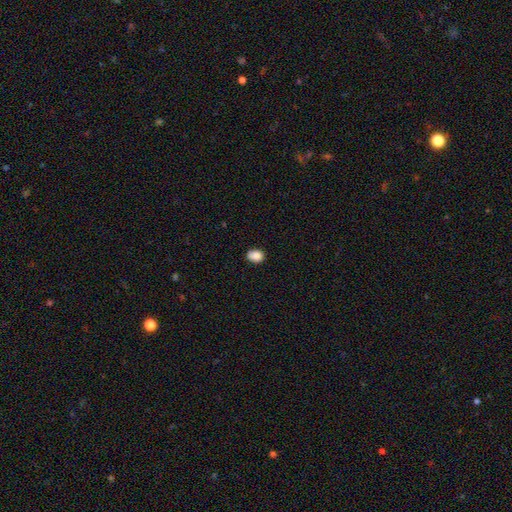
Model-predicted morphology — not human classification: Q: Smooth or featured?
A: smooth (88%); runner-up: star or artifact (9%)
Q: How rounded?
A: in between (63%); runner-up: round (35%)
Q: Merging?
A: none (80%); runner-up: minor disturbance (16%)